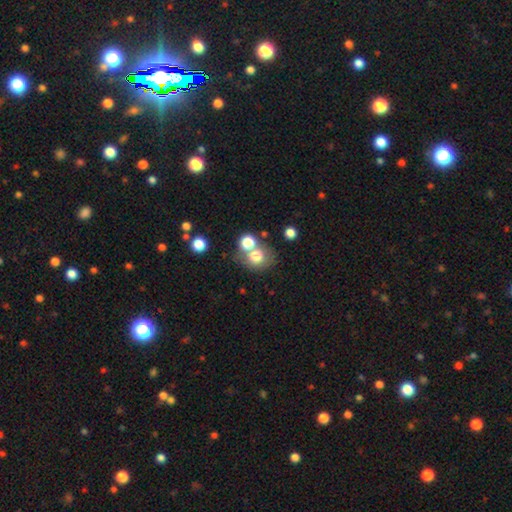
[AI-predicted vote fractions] Smooth or featured? Predicted: smooth (p=0.74). How rounded? Predicted: round (p=0.74). Merging? Predicted: none (p=0.51).